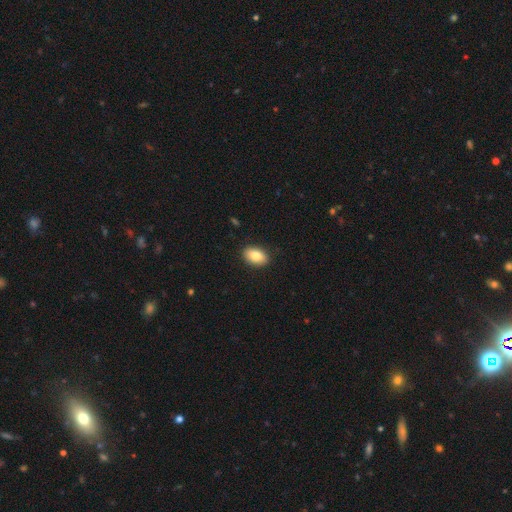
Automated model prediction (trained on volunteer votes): Smooth or featured? Predicted: smooth (p=0.82). How rounded? Predicted: in between (p=0.88). Merging? Predicted: none (p=0.89).